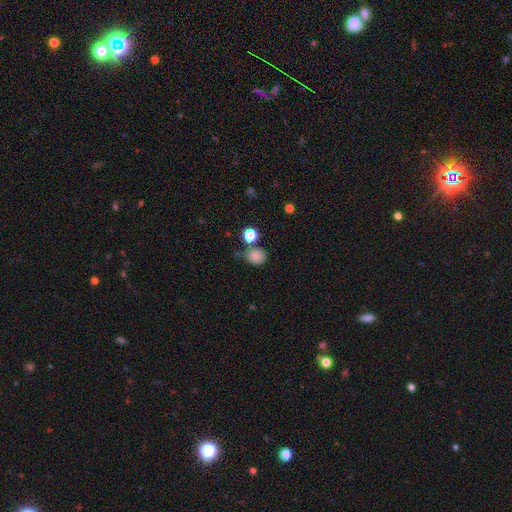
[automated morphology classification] A smooth galaxy with no disk features (83%) that is round (70%).

Vote fractions:
- Smooth or featured? smooth: 83% / star or artifact: 12% / featured or disk: 5%
- How rounded? round: 70% / in between: 29% / cigar-shaped: 1%
- Merging? none: 66% / minor disturbance: 15% / merger: 14% / major disturbance: 5%